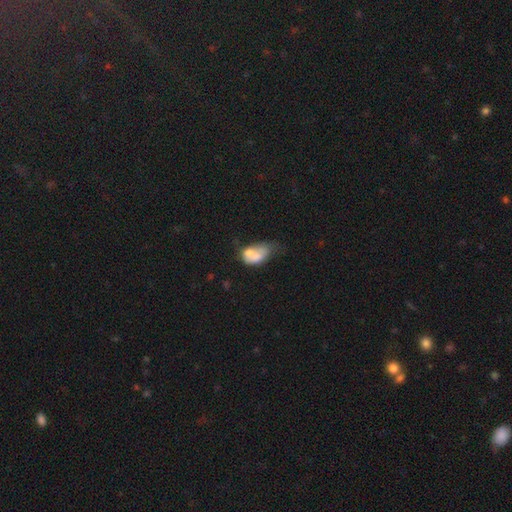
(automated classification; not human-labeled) Morphology: type=smooth (63%); roundness=in between (82%); merging=merger (42%).